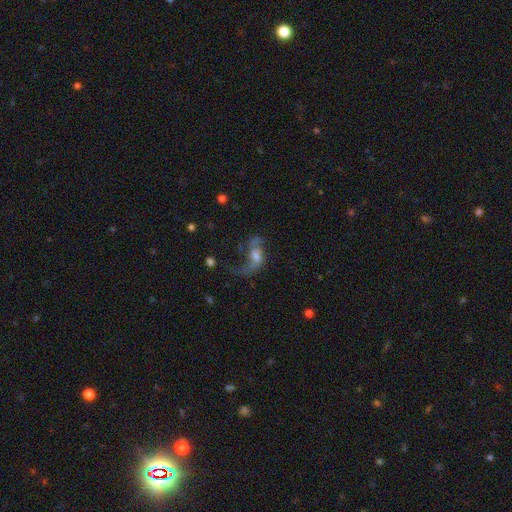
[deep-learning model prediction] This is likely a featured or disk galaxy (71%). It is clearly not viewed edge-on (94%). Bar: possibly no (51%). Spiral arm pattern: clearly yes (83%). Spiral arm count: likely 2 (73%). Spiral winding: clearly loose (83%). Central bulge: possibly moderate (45%). Merging: marginally major disturbance (39%, tied with none).